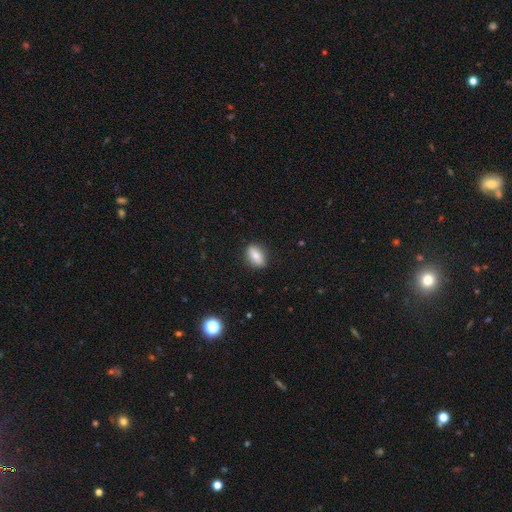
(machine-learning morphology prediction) This appears to be a smooth galaxy with no disk features (77%) that is in between round and cigar-shaped (81%). Merging: none (85%).